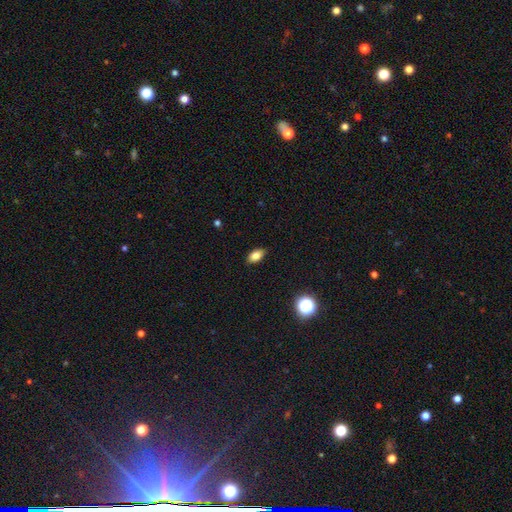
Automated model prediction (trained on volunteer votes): smooth-or-featured: smooth: 80% | star or artifact: 10% | featured or disk: 10%
  how-rounded: in between: 89% | round: 7% | cigar-shaped: 4%
  merging: none: 88% | minor disturbance: 9% | major disturbance: 2% | merger: 1%